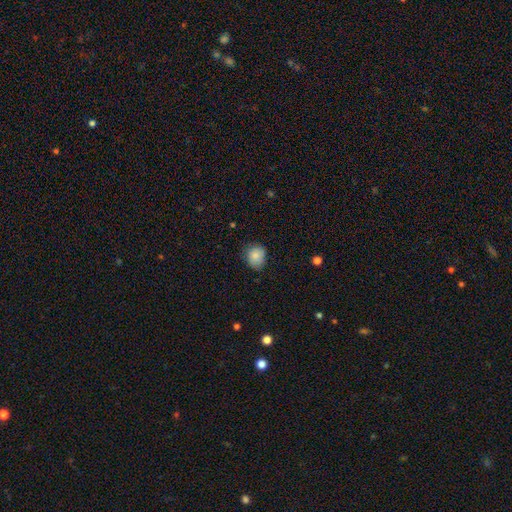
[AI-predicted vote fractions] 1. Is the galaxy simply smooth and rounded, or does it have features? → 85% smooth, 9% star or artifact, 7% featured or disk.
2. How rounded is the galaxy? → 70% round, 29% in between, 1% cigar-shaped.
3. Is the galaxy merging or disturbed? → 71% none, 24% minor disturbance, 4% major disturbance, 1% merger.